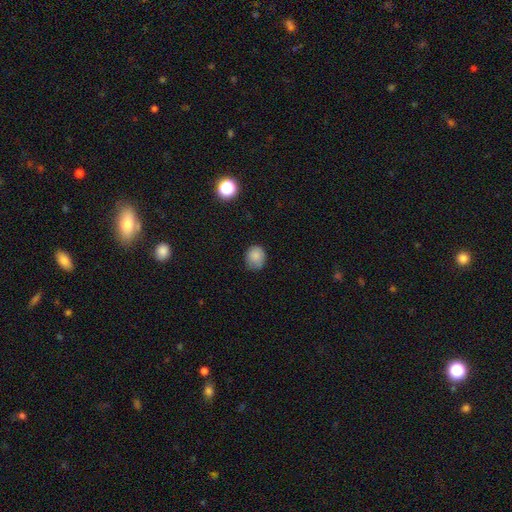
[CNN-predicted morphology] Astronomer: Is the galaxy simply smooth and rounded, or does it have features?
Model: smooth — 84%.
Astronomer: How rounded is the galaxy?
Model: round — 71%.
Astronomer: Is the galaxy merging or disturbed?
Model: none — 74%.